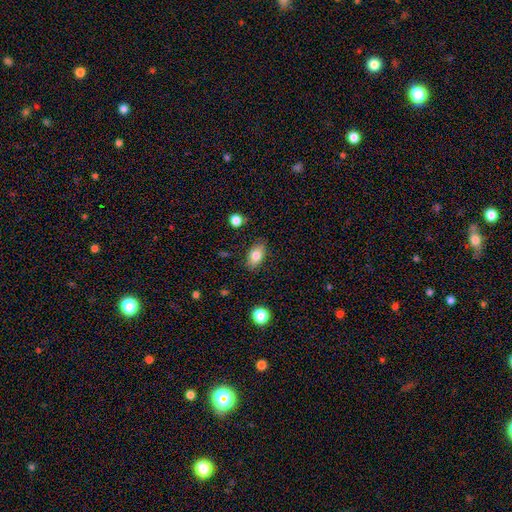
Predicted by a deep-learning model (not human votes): Morphology: type=smooth (81%); roundness=in between (89%); merging=none (84%).